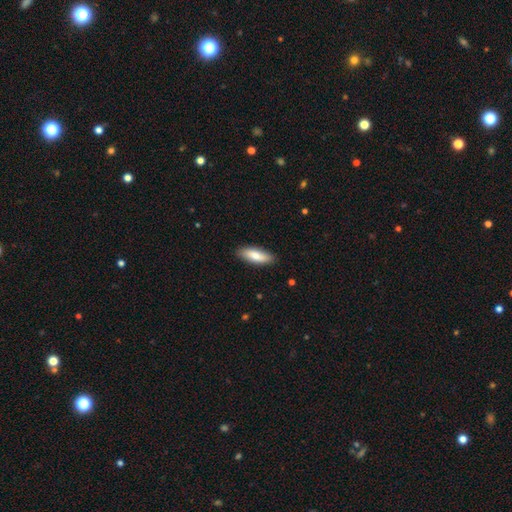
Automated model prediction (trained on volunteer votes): Smooth or featured?
  - smooth: 80% *
  - featured or disk: 14%
  - star or artifact: 6%
How rounded?
  - in between: 65% *
  - cigar-shaped: 33%
  - round: 2%
Merging?
  - none: 88% *
  - minor disturbance: 9%
  - major disturbance: 2%
  - merger: 1%